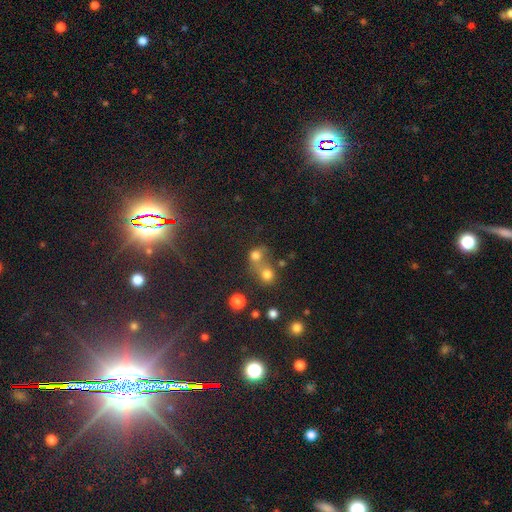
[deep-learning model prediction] Morphology: type=smooth (71%); roundness=round (75%); merging=merger (57%).